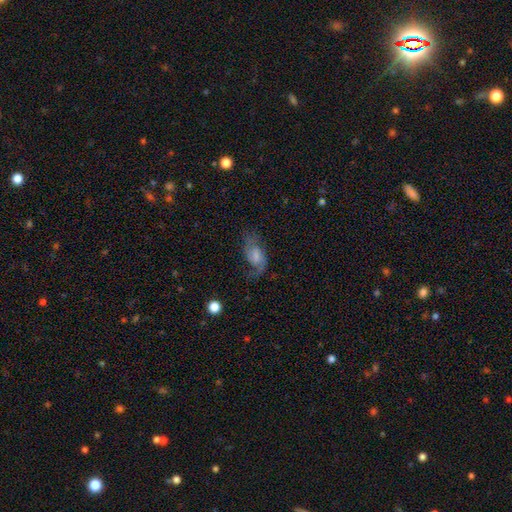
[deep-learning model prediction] smooth_or_featured: featured or disk (p=0.72) [alt: smooth p=0.21]
disk_edge_on: no (p=0.97) [alt: yes p=0.03]
bar: weak (p=0.50) [alt: no p=0.39]
has_spiral_arms: yes (p=0.93) [alt: no p=0.07]
spiral_winding: medium (p=0.44) [alt: loose p=0.42]
spiral_arm_count: 2 (p=0.82) [alt: 1 p=0.09]
bulge_size: small (p=0.31) [alt: none p=0.30]
merging: none (p=0.58) [alt: minor disturbance p=0.22]